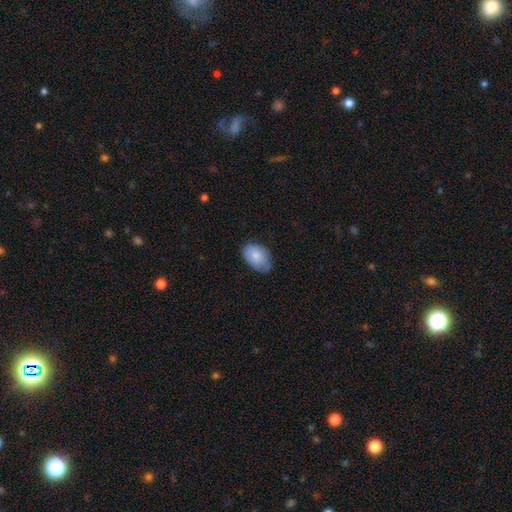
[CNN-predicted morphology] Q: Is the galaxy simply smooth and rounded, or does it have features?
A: smooth — 82%.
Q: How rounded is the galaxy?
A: in between — 89%.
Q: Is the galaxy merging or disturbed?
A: none — 57%.